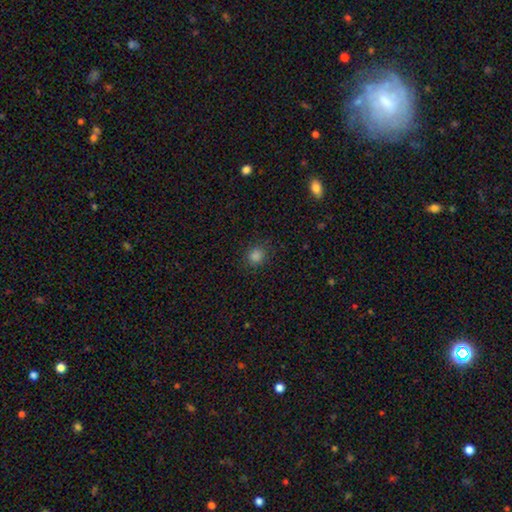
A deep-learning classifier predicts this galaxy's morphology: smooth_or_featured: smooth (p=0.80) [alt: star or artifact p=0.16]
how_rounded: round (p=0.82) [alt: in between p=0.17]
merging: none (p=0.87) [alt: minor disturbance p=0.09]